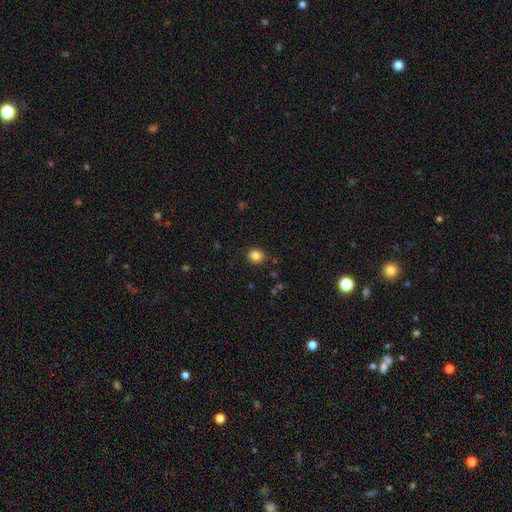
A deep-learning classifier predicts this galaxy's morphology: Smooth or featured? Predicted: smooth (p=0.84). How rounded? Predicted: round (p=0.82). Merging? Predicted: none (p=0.89).